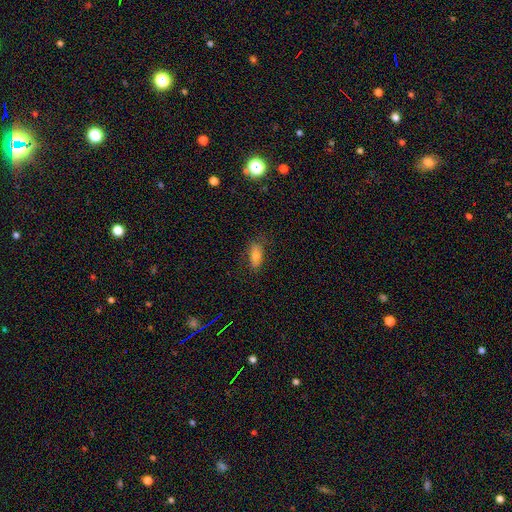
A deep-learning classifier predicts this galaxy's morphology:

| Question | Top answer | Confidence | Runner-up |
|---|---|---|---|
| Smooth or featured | smooth | 71% | featured or disk (18%) |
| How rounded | in between | 80% | cigar-shaped (15%) |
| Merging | none | 75% | minor disturbance (18%) |